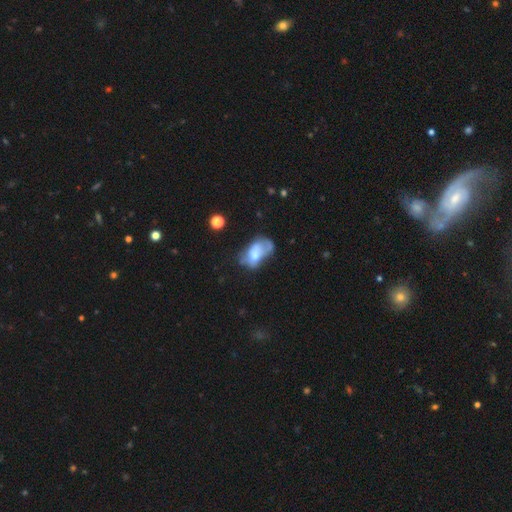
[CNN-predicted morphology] A smooth galaxy with no disk features (56%) that is in between round and cigar-shaped (88%).

Vote fractions:
- Smooth or featured? smooth: 56% / featured or disk: 34% / star or artifact: 10%
- How rounded? in between: 88% / round: 10% / cigar-shaped: 2%
- Merging? major disturbance: 34% / minor disturbance: 26% / none: 25% / merger: 15%